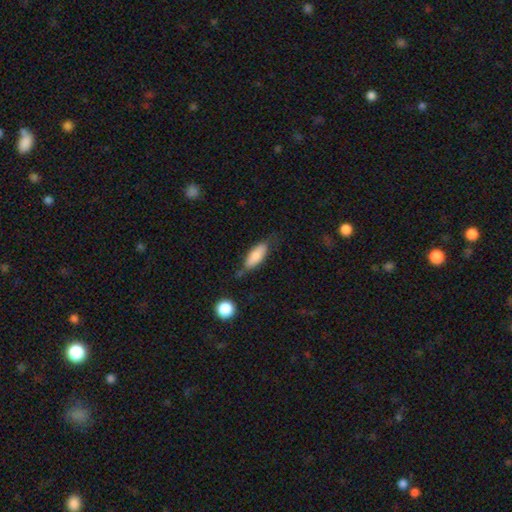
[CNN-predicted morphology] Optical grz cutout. It shows a smooth galaxy with no disk features (80%) that is in between round and cigar-shaped (71%). Merging: none (59%).